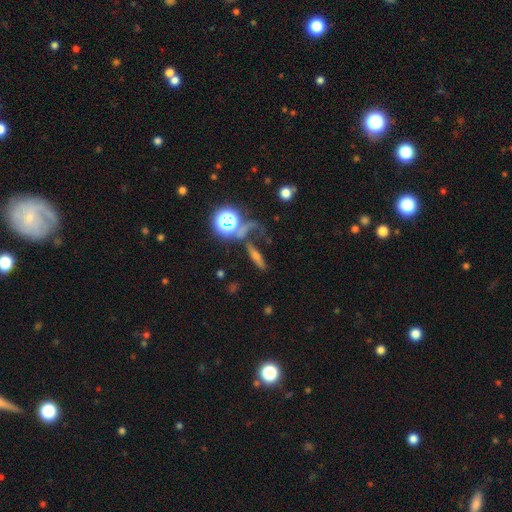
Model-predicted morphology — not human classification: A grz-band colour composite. It shows a smooth galaxy with no disk features (40%). Merging: none (54%).